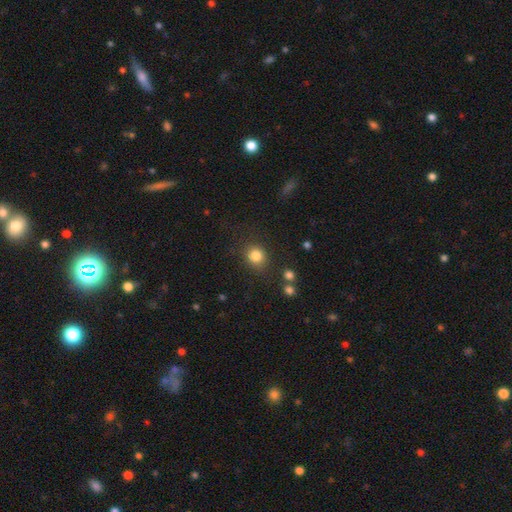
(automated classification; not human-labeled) This is clearly a smooth galaxy (83%). How rounded: clearly round (82%). Merging: clearly none (81%).